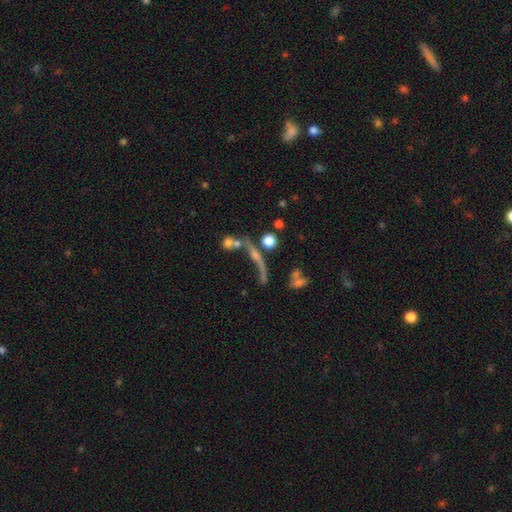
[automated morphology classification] Smooth or featured? featured or disk (44%)
Merging? none (38%)